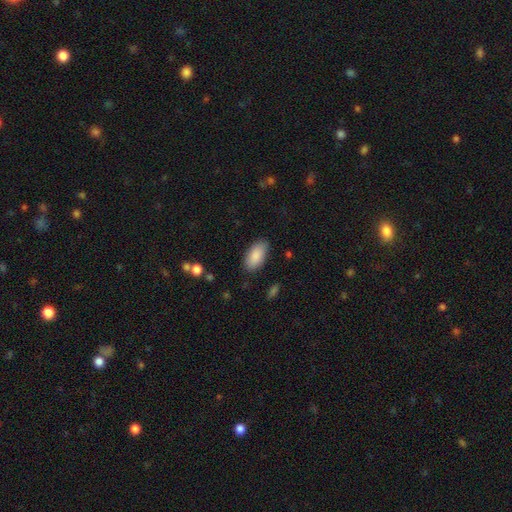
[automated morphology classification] Q: Smooth or featured?
A: smooth (88%); runner-up: featured or disk (6%)
Q: How rounded?
A: in between (94%); runner-up: cigar-shaped (4%)
Q: Merging?
A: none (85%); runner-up: minor disturbance (11%)